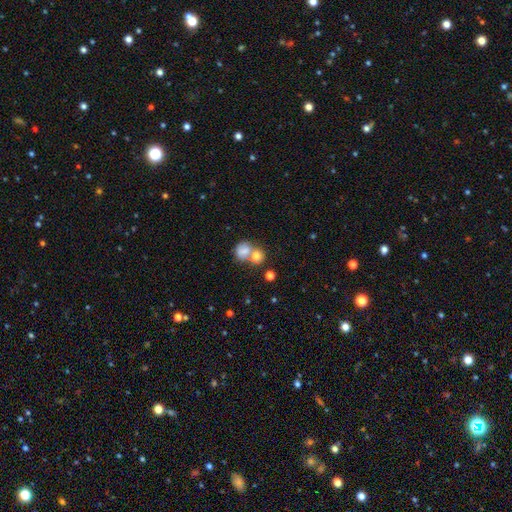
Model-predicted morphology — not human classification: This appears to be a smooth galaxy with no disk features (61%) that is round (69%). Merging: merger (47%).